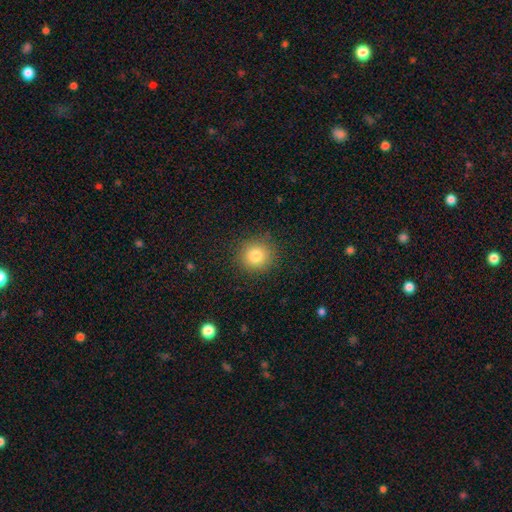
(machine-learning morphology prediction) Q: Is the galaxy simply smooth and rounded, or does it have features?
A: smooth — 82%.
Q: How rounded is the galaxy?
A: round — 91%.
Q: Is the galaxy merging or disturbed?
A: none — 89%.